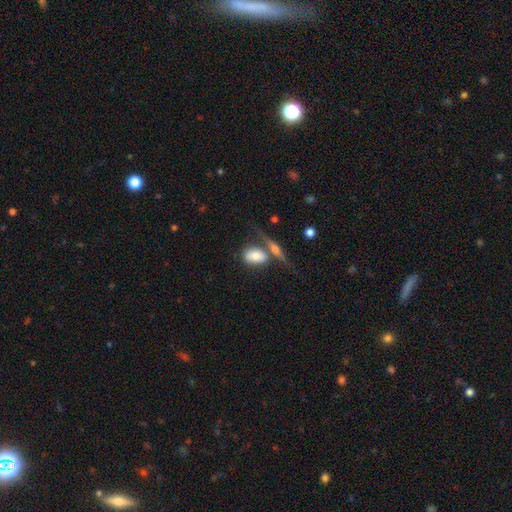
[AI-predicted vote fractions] This appears to be a smooth galaxy with no disk features (68%) that is in between round and cigar-shaped (80%). Merging: merger (40%).